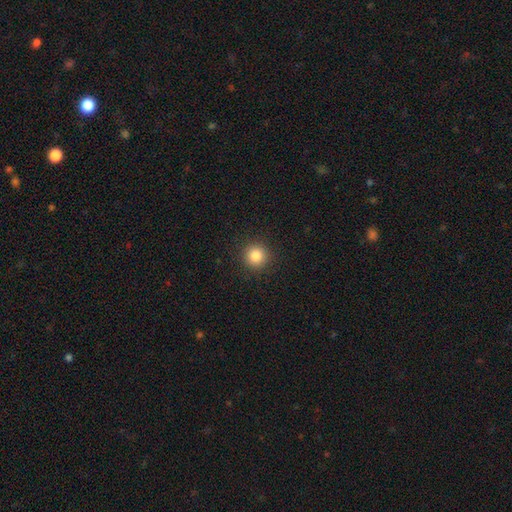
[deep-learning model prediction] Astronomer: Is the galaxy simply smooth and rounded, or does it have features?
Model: smooth — 84%.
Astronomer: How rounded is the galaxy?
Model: round — 95%.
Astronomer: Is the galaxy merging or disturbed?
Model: none — 92%.